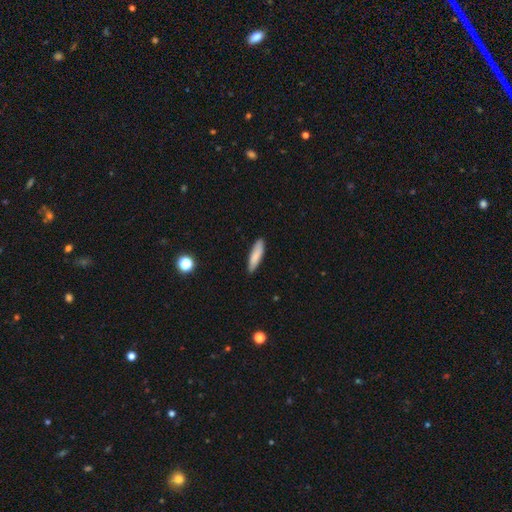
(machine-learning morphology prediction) A smooth galaxy with no disk features (84%) that is cigar-shaped (72%). Merging: none (85%).